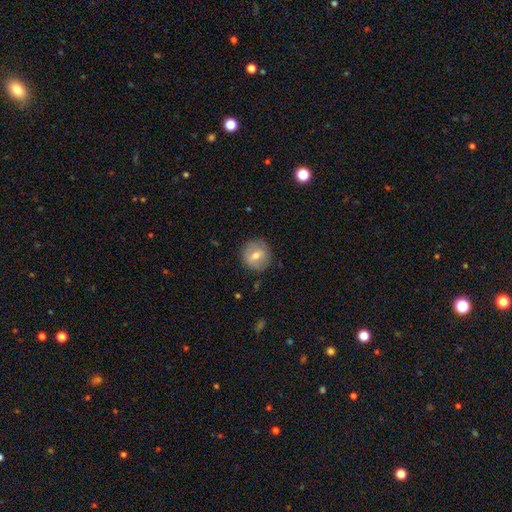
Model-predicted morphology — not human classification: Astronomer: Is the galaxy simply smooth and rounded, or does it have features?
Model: smooth — 61%.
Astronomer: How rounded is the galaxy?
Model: round — 90%.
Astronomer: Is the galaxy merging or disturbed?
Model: none — 84%.